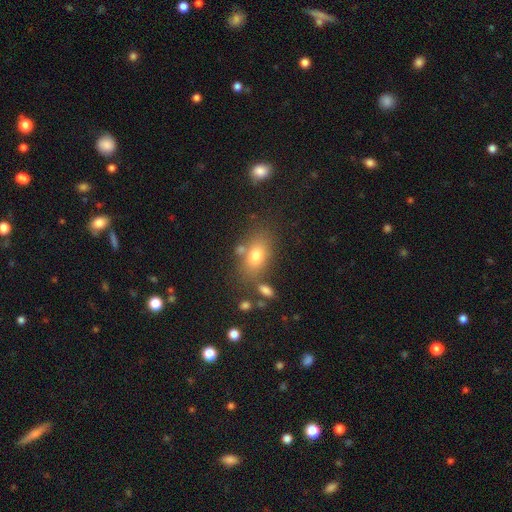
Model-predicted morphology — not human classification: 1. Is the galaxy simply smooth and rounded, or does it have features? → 74% smooth, 14% featured or disk, 12% star or artifact.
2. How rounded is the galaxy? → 81% in between, 15% round, 4% cigar-shaped.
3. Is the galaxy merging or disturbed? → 70% none, 14% minor disturbance, 11% merger, 5% major disturbance.